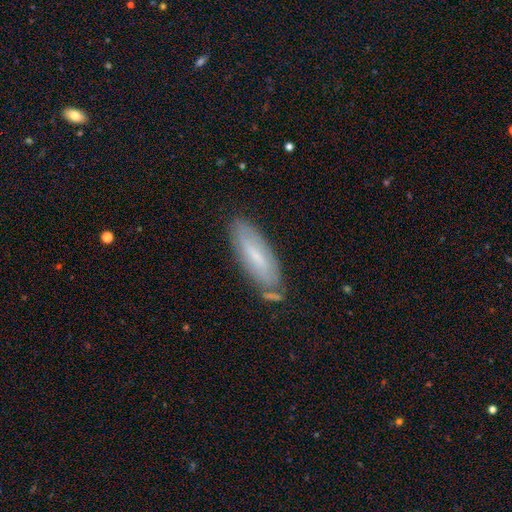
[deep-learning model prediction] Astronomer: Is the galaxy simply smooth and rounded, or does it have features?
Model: smooth — 48% (runner-up: featured or disk, 44%).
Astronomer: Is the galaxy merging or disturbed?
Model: none — 72%.